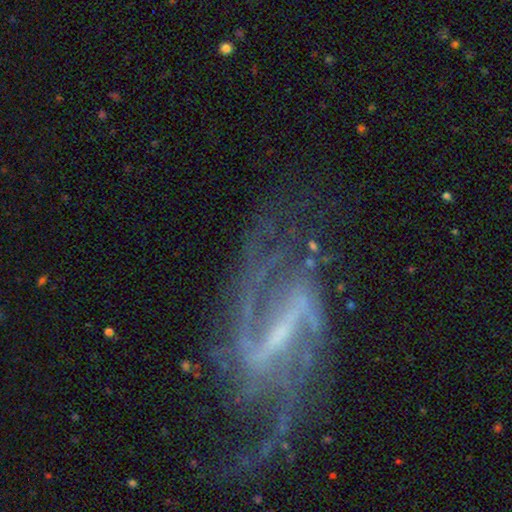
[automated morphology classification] This appears to be a featured or disk galaxy (89%) with a strong bar (64%), 2 (75%) medium (44%) spiral arms (96%) and a small central bulge (55%). Merging: none (58%).